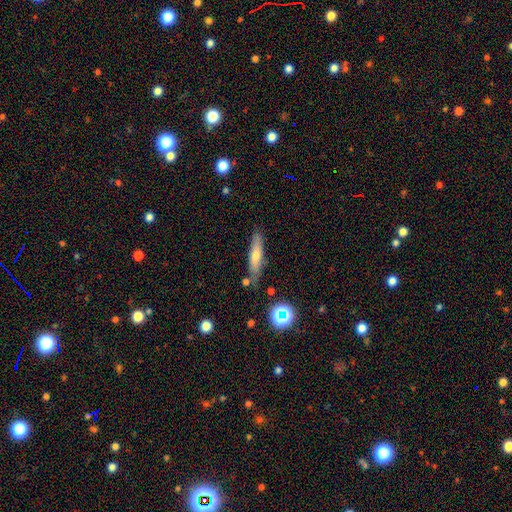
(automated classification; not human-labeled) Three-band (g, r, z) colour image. It shows a smooth galaxy with no disk features (49%). Merging: none (83%).